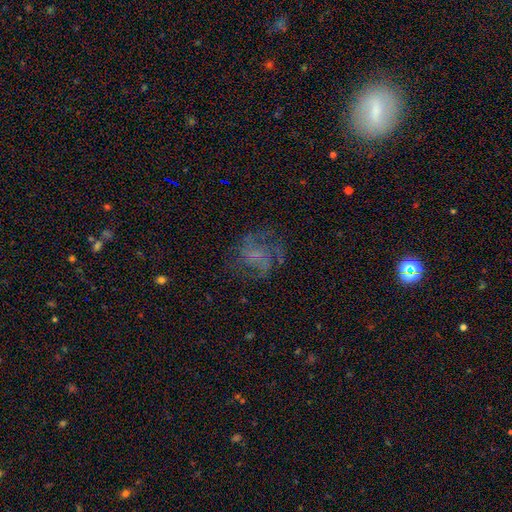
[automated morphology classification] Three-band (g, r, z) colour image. It shows a featured or disk galaxy (58%) with no bar (77%), spiral arms (74%) and no central bulge (60%). Merging: none (60%).